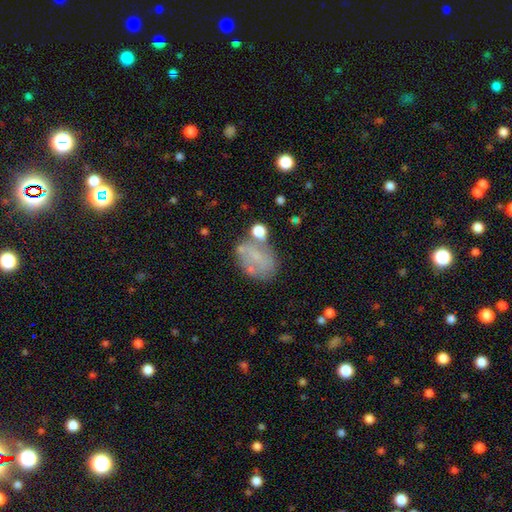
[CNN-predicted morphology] A smooth galaxy with no disk features (53%) that is in between round and cigar-shaped (77%). Merging: none (49%).